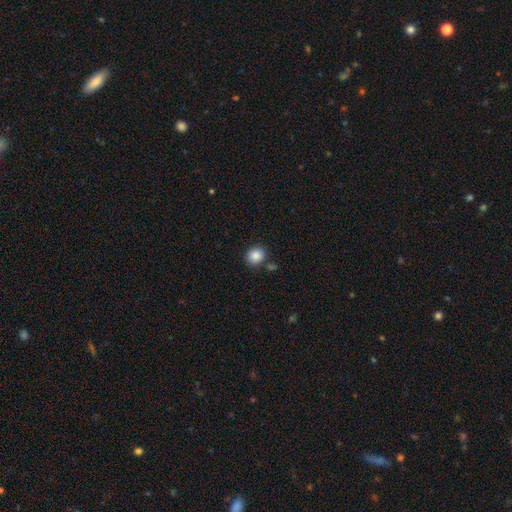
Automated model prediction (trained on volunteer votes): This is clearly a smooth galaxy (87%). How rounded: likely round (73%). Merging: clearly none (82%).